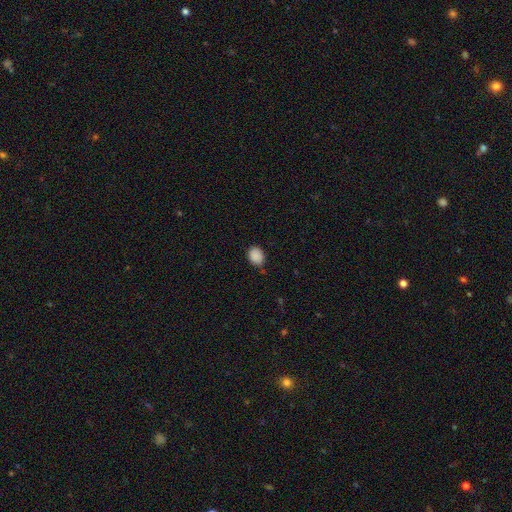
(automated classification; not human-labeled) smooth-or-featured: smooth: 88% | star or artifact: 9% | featured or disk: 3%
  how-rounded: in between: 53% | round: 46% | cigar-shaped: 1%
  merging: none: 78% | minor disturbance: 17% | major disturbance: 3% | merger: 2%